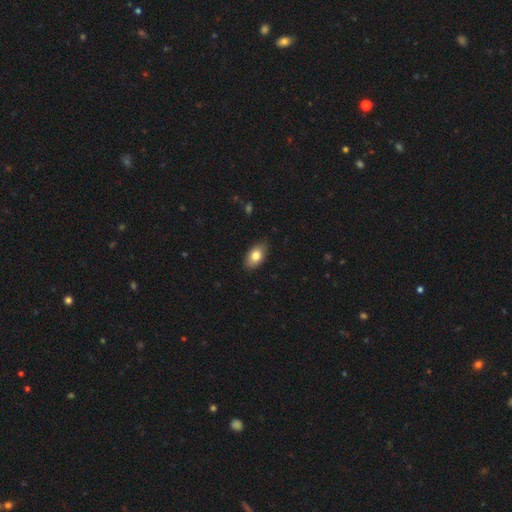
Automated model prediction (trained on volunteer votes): Smooth or featured: smooth — 79% (featured or disk — 14%)
How rounded: in between — 91% (round — 7%)
Merging: none — 85% (minor disturbance — 12%)